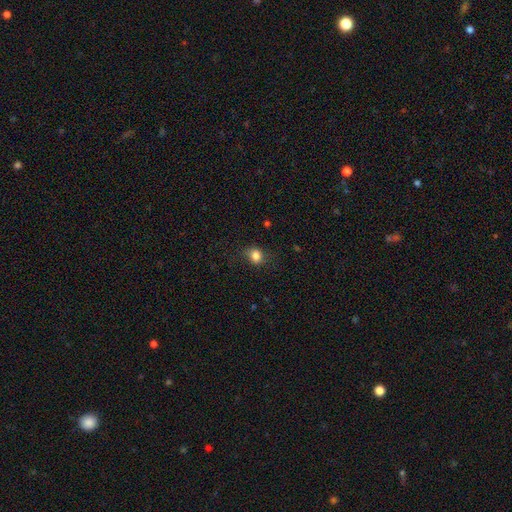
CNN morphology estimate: smooth_or_featured: smooth (p=0.83) [alt: star or artifact p=0.11]
how_rounded: round (p=0.64) [alt: in between p=0.35]
merging: none (p=0.73) [alt: minor disturbance p=0.19]